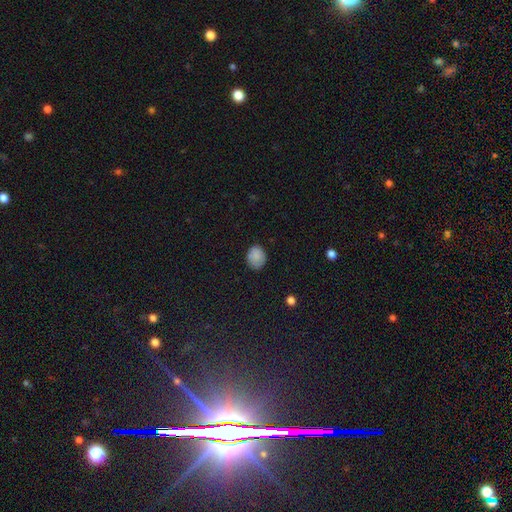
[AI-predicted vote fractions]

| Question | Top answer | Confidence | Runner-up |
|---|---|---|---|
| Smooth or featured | smooth | 84% | star or artifact (10%) |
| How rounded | round | 58% | in between (41%) |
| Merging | none | 79% | minor disturbance (17%) |